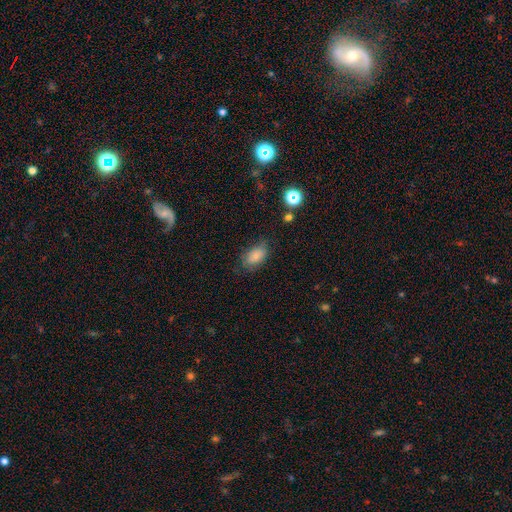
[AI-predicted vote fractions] Smooth or featured?
  - smooth: 80% *
  - featured or disk: 11%
  - star or artifact: 9%
How rounded?
  - in between: 90% *
  - round: 9%
  - cigar-shaped: 2%
Merging?
  - none: 67% *
  - minor disturbance: 24%
  - major disturbance: 8%
  - merger: 2%